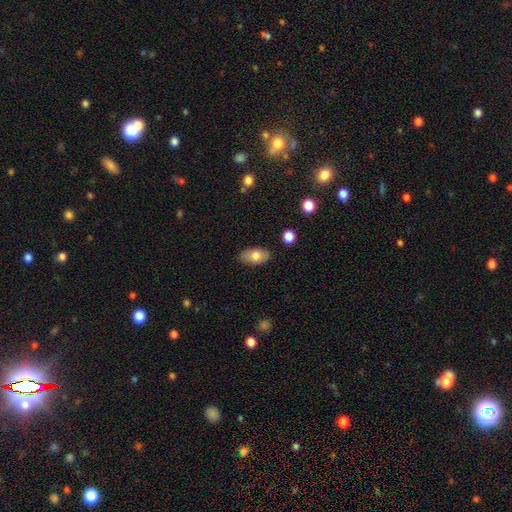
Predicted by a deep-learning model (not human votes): This is likely a smooth galaxy (76%). How rounded: clearly in between (93%). Merging: clearly none (84%).